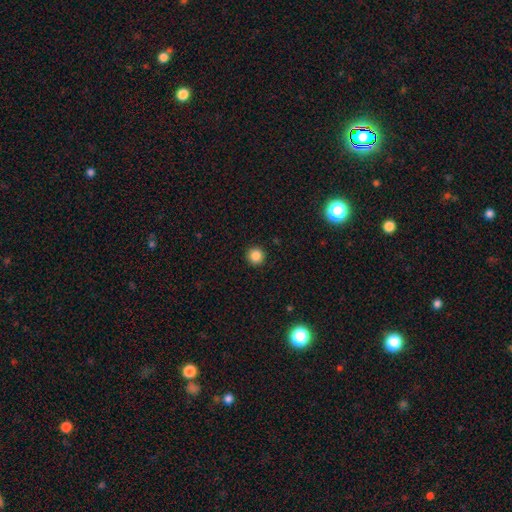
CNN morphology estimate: smooth 86%, star or artifact 11%, featured or disk 3%. Down the decision tree: how rounded — round (95%); merging — none (93%).